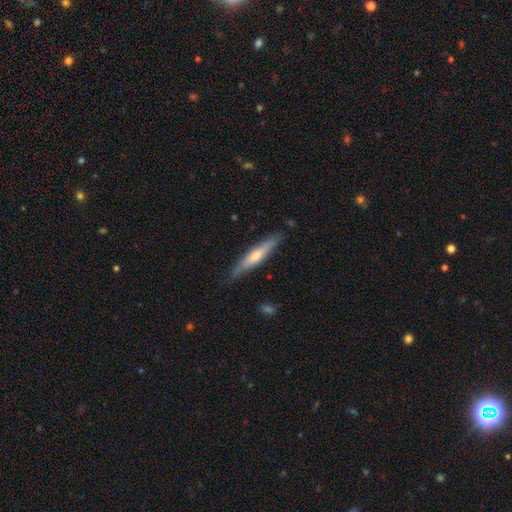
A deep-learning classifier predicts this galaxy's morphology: type=featured or disk (50%); merging=none (81%).